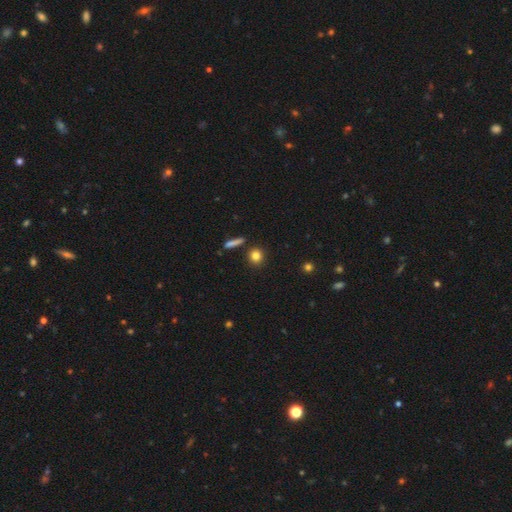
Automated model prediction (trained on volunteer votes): smooth_or_featured: smooth (p=0.84) [alt: star or artifact p=0.10]
how_rounded: round (p=0.86) [alt: in between p=0.11]
merging: none (p=0.88) [alt: minor disturbance p=0.06]